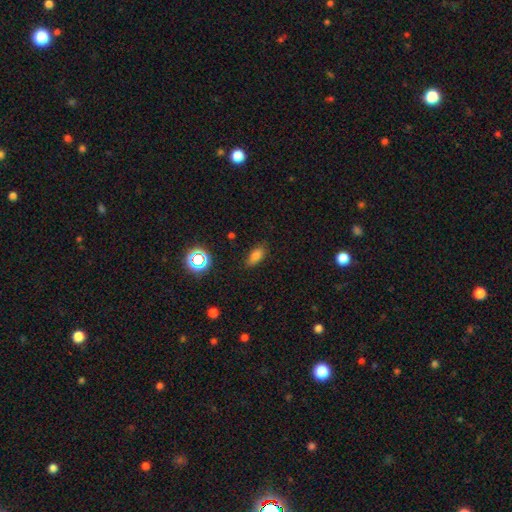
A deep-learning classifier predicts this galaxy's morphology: smooth_or_featured: smooth (p=0.76) [alt: star or artifact p=0.15]
how_rounded: in between (p=0.84) [alt: cigar-shaped p=0.09]
merging: none (p=0.80) [alt: minor disturbance p=0.15]